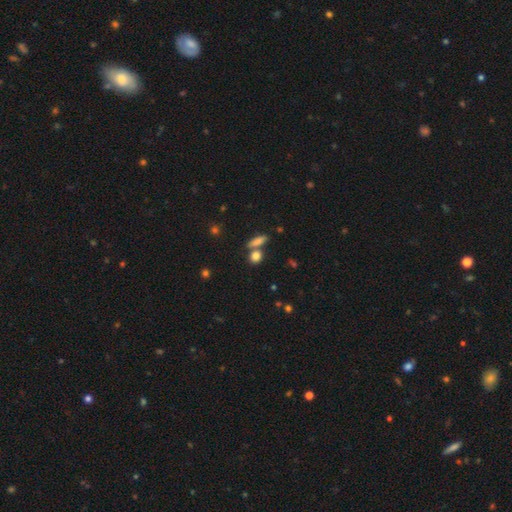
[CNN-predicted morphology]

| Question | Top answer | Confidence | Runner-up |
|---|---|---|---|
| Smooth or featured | smooth | 81% | star or artifact (11%) |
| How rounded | round | 56% | in between (31%) |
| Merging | none | 61% | merger (26%) |